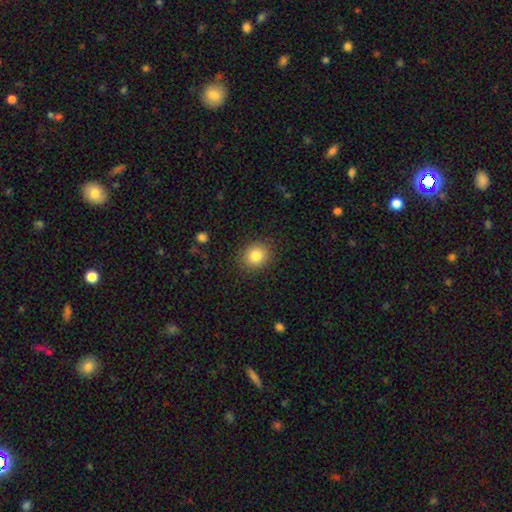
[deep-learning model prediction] This appears to be a smooth galaxy with no disk features (84%) that is round (74%). Merging: none (88%).